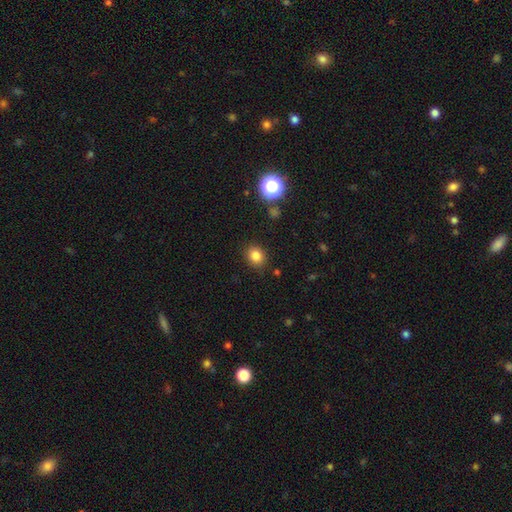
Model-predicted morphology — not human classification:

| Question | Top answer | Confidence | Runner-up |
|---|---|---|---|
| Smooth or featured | smooth | 83% | star or artifact (12%) |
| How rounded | round | 69% | in between (30%) |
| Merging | none | 87% | minor disturbance (9%) |